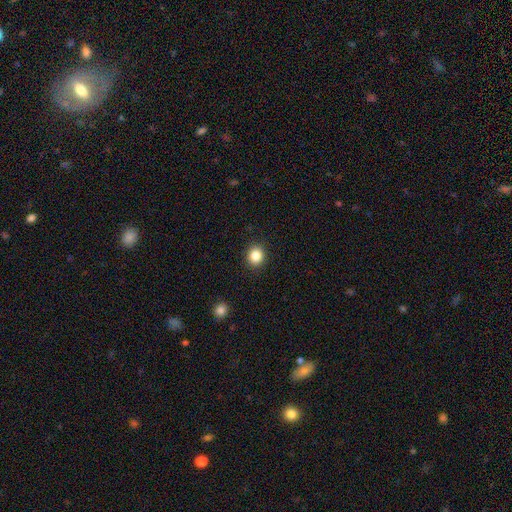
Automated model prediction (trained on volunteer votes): smooth-or-featured: smooth: 85% | star or artifact: 11% | featured or disk: 5%
  how-rounded: round: 81% | in between: 19% | cigar-shaped: 1%
  merging: none: 91% | minor disturbance: 6% | major disturbance: 2% | merger: 1%